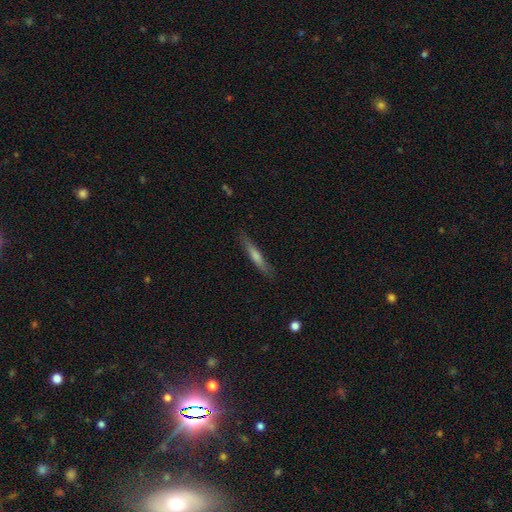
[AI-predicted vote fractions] Morphology: type=smooth (52%); roundness=cigar-shaped (93%); merging=none (87%).